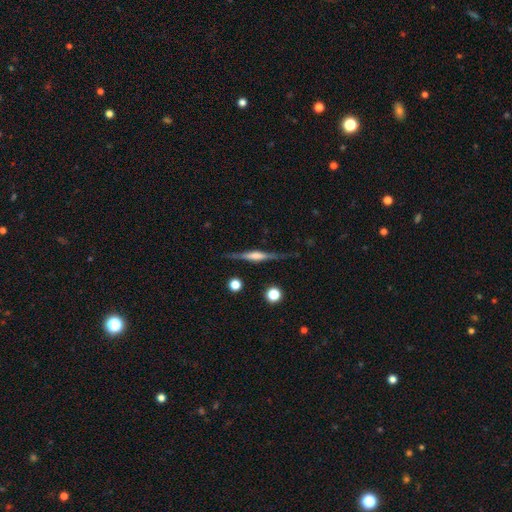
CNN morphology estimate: Overall: featured or disk (74%). Edge-on disk: yes (97%). Edge-on bulge: rounded (61%; boxy 30%). Merging: none (84%).